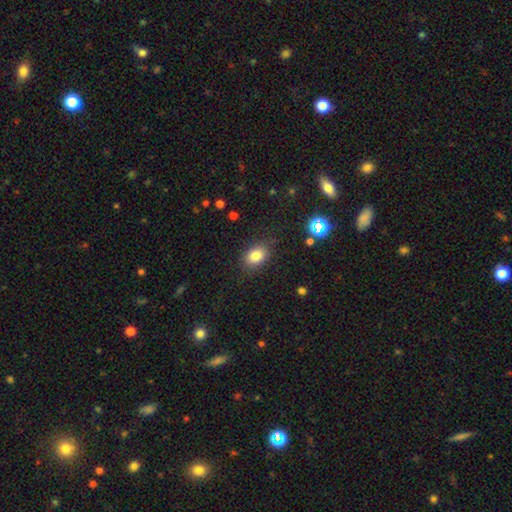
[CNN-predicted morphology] smooth-or-featured: smooth: 81% | star or artifact: 12% | featured or disk: 8%
  how-rounded: in between: 75% | round: 24% | cigar-shaped: 1%
  merging: none: 83% | minor disturbance: 12% | major disturbance: 4% | merger: 1%